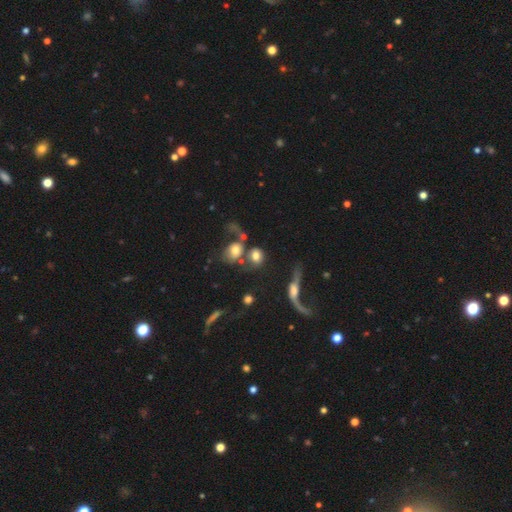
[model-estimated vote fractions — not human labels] This appears to be a smooth galaxy with no disk features (66%) that is round (55%). Merging: merger (42%).